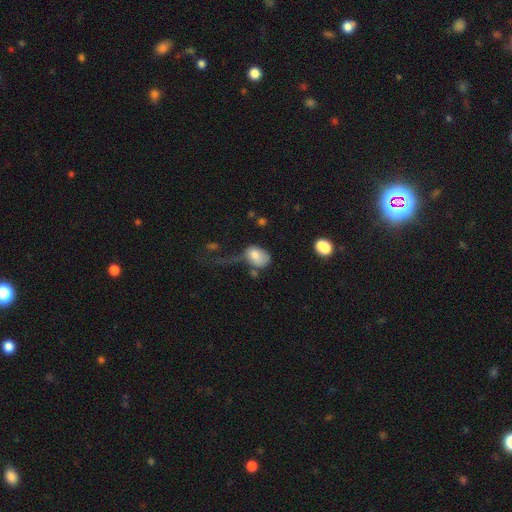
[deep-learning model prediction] Smooth or featured? Predicted: smooth (p=0.74). How rounded? Predicted: in between (p=0.74). Merging? Predicted: major disturbance (p=0.49).